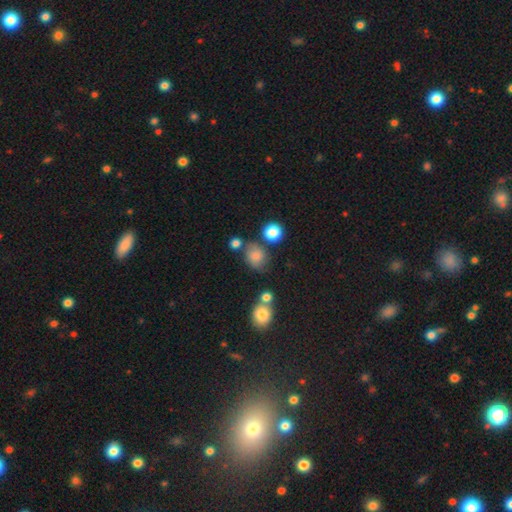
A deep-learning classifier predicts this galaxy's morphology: Q: Smooth or featured?
A: smooth (66%); runner-up: featured or disk (20%)
Q: How rounded?
A: round (52%); runner-up: in between (47%)
Q: Merging?
A: none (58%); runner-up: minor disturbance (23%)